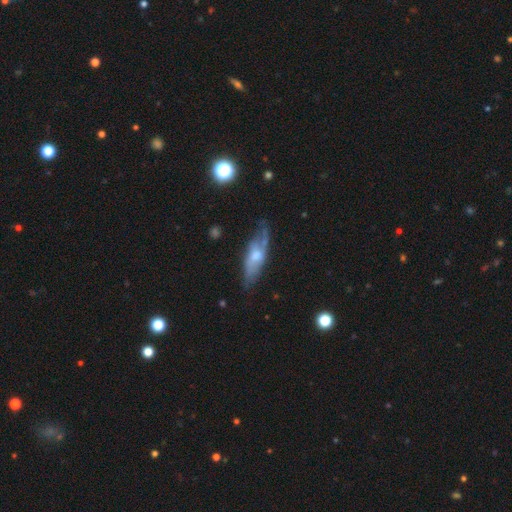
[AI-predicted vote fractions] Smooth or featured?
  - featured or disk: 55% *
  - smooth: 38%
  - star or artifact: 7%
Edge-on disk?
  - no: 56% *
  - yes: 44%
Merging?
  - none: 60% *
  - minor disturbance: 27%
  - major disturbance: 11%
  - merger: 3%